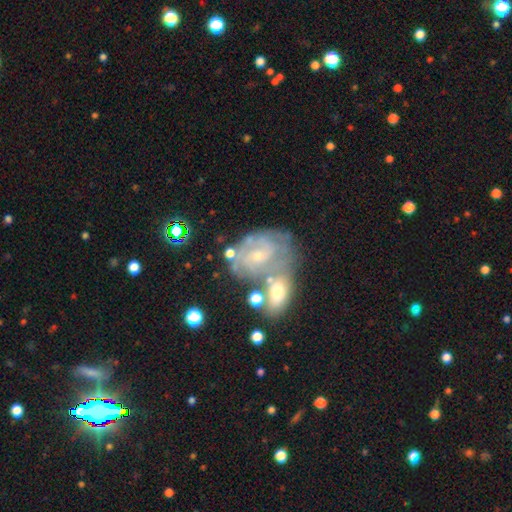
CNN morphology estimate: smooth-or-featured: featured or disk: 70% | smooth: 21% | star or artifact: 10%
  disk-edge-on: no: 96% | yes: 4%
    bar: no: 67% | weak: 27% | strong: 6%
    has-spiral-arms: yes: 74% | no: 26%
    bulge-size: small: 69% | moderate: 25% | none: 3% | large: 2% | dominant: 1%
  merging: none: 37% | merger: 32% | minor disturbance: 18% | major disturbance: 13%